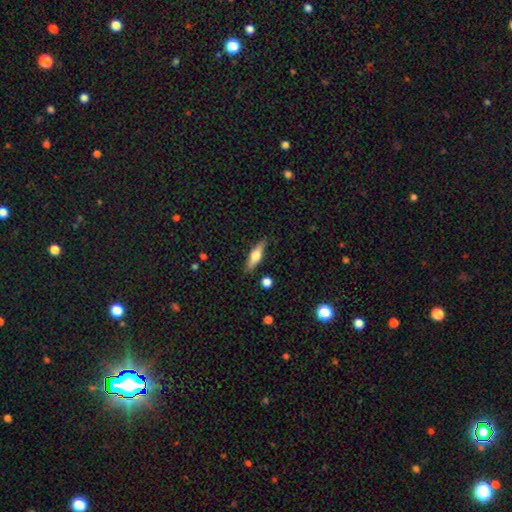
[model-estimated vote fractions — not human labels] smooth 52%, featured or disk 42%, star or artifact 6%. Down the decision tree: how rounded — cigar-shaped (60%); merging — none (85%).